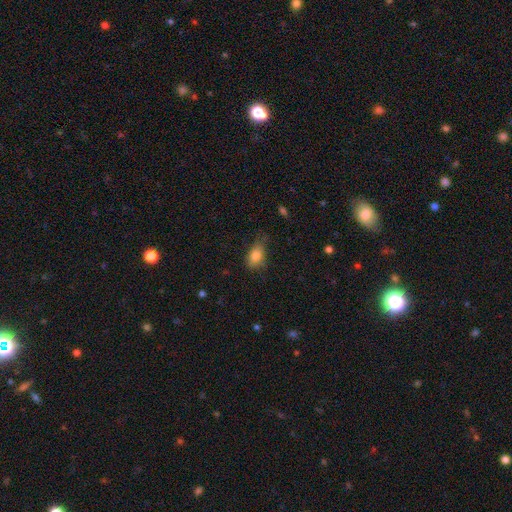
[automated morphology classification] smooth 83%, star or artifact 9%, featured or disk 9%. Down the decision tree: how rounded — in between (83%); merging — none (61%).